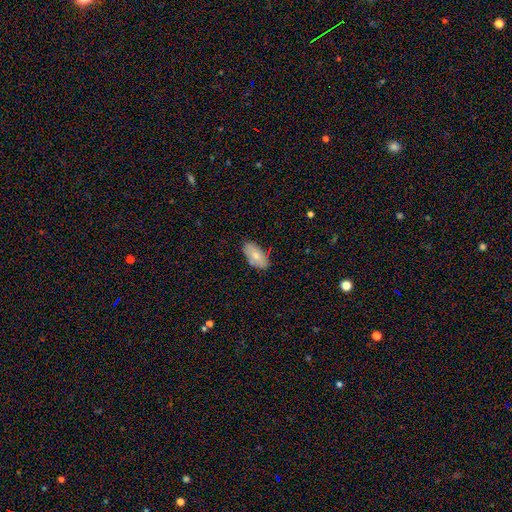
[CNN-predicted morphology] smooth_or_featured: smooth (p=0.73) [alt: featured or disk p=0.20]
how_rounded: in between (p=0.93) [alt: cigar-shaped p=0.04]
merging: none (p=0.80) [alt: minor disturbance p=0.15]